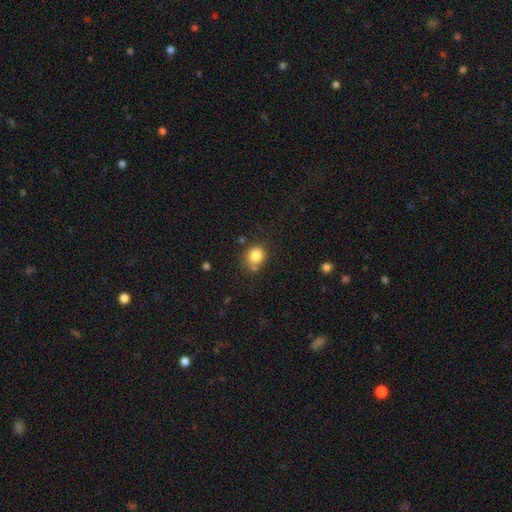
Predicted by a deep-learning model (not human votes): This appears to be a smooth galaxy with no disk features (82%) that is round (83%). Merging: none (71%).